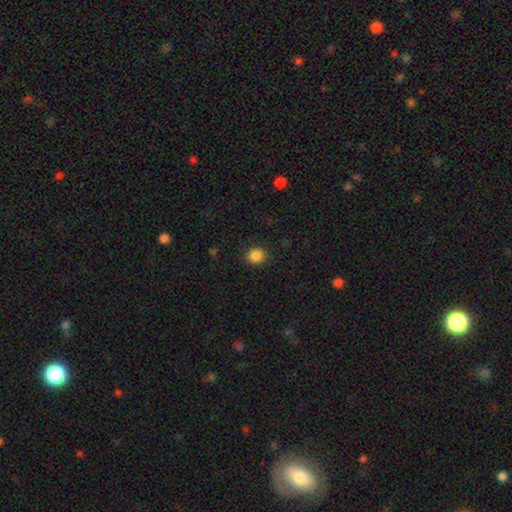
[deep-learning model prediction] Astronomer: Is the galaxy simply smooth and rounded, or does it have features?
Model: smooth — 86%.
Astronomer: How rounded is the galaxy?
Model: round — 87%.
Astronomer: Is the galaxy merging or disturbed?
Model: none — 90%.